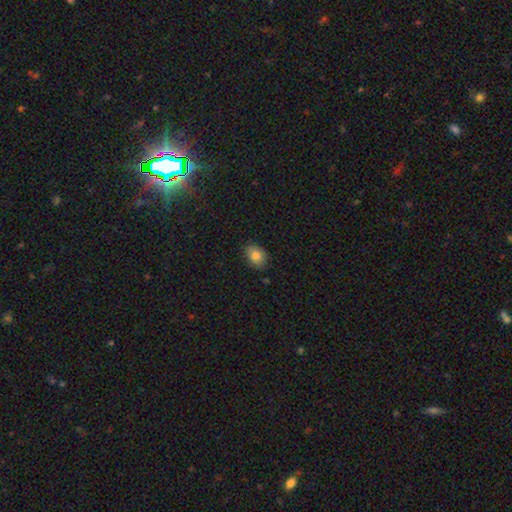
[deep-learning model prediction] This appears to be a smooth galaxy with no disk features (81%) that is in between round and cigar-shaped (72%). Merging: none (81%).